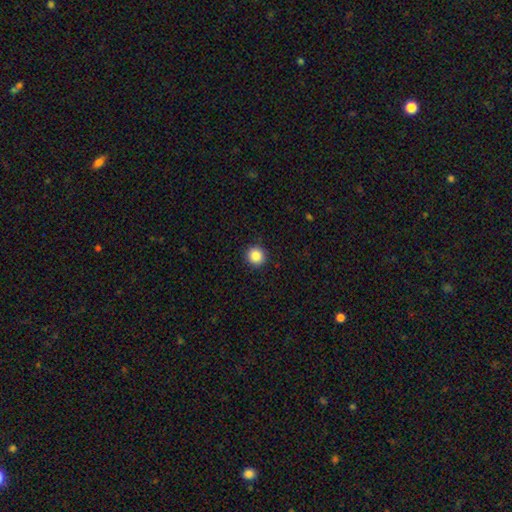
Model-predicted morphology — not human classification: Overall: smooth (87%). How rounded: round (94%). Merging: none (92%).